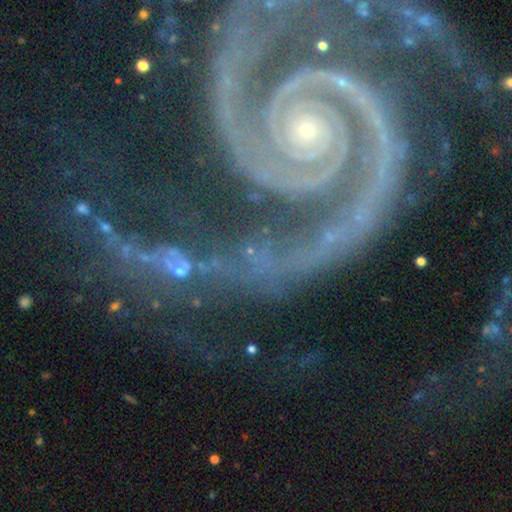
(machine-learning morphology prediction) This is marginally a featured or disk galaxy (43%). Merging: marginally none (44%).